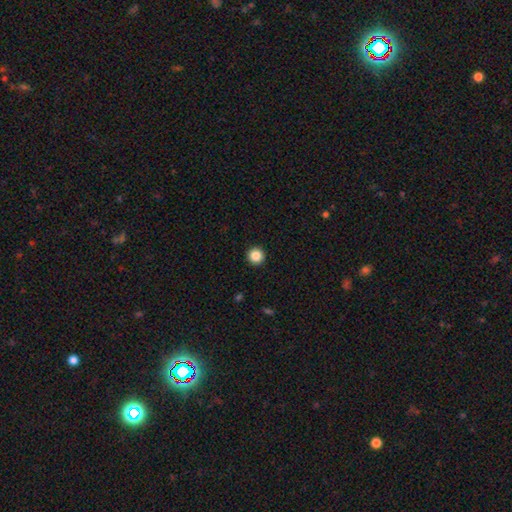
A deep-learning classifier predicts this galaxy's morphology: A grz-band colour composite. It shows a smooth galaxy with no disk features (87%) that is round (96%). Merging: none (94%).